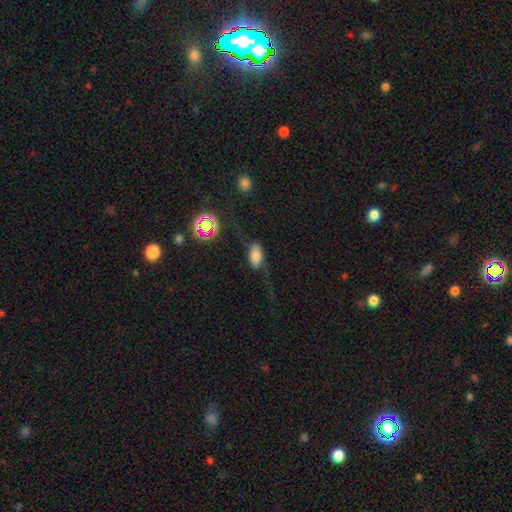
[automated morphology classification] Q: Smooth or featured?
A: smooth (70%); runner-up: featured or disk (18%)
Q: How rounded?
A: in between (91%); runner-up: round (5%)
Q: Merging?
A: none (53%); runner-up: minor disturbance (22%)